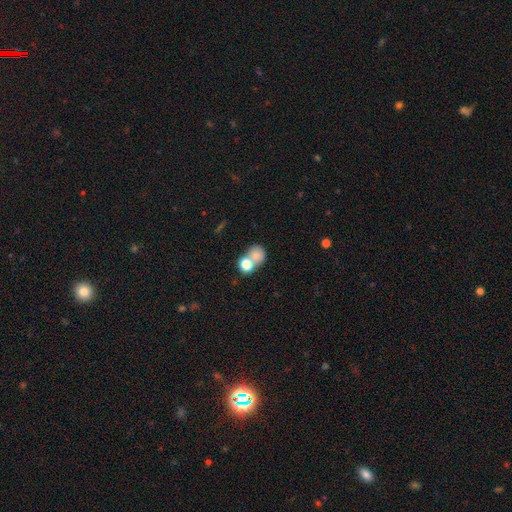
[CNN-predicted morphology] Smooth or featured: smooth — 76% (featured or disk — 12%)
How rounded: round — 70% (in between — 28%)
Merging: merger — 49% (none — 36%)